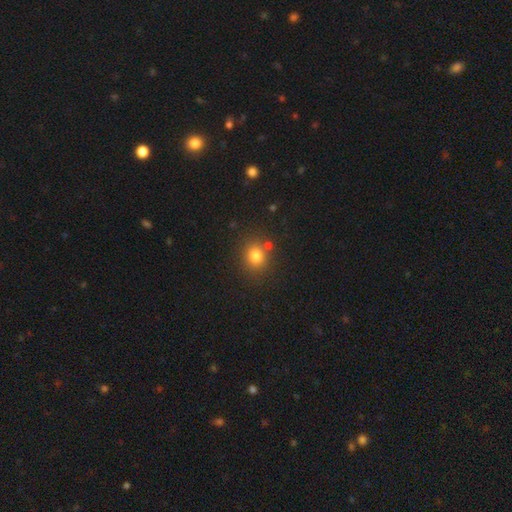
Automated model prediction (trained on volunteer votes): smooth 80%, star or artifact 13%, featured or disk 7%. Down the decision tree: how rounded — round (77%); merging — none (76%).